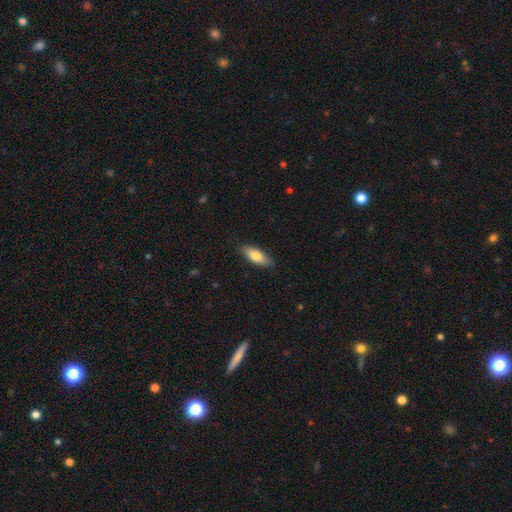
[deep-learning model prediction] smooth 79%, featured or disk 16%, star or artifact 6%. Down the decision tree: how rounded — in between (64%); merging — none (85%).